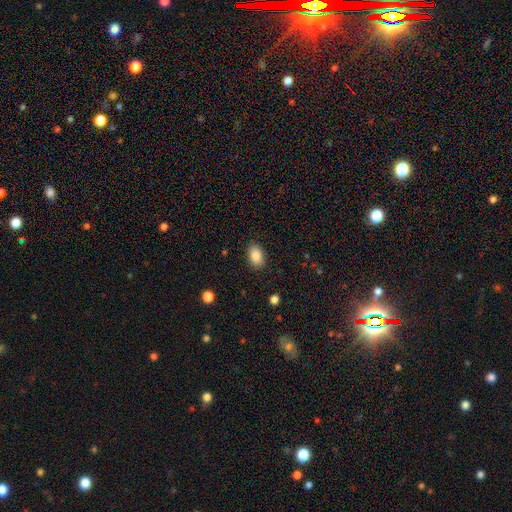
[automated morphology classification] The model was most divided on "merging": none: 88%, minor disturbance: 9%, major disturbance: 2%, merger: 1%. More confident: how rounded — in between (89%); smooth or featured — smooth (87%).